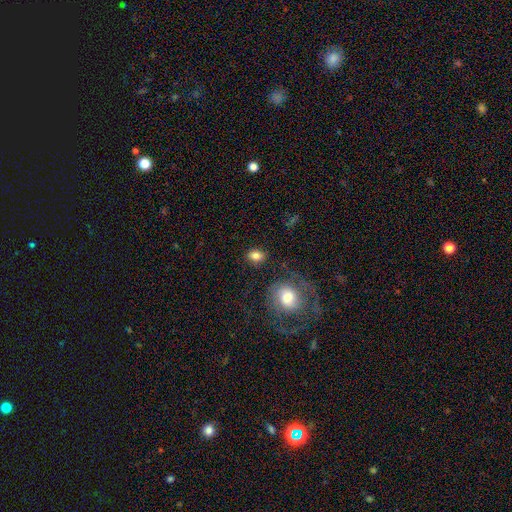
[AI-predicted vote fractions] smooth_or_featured: smooth (p=0.83) [alt: star or artifact p=0.09]
how_rounded: in between (p=0.71) [alt: round p=0.27]
merging: none (p=0.82) [alt: minor disturbance p=0.11]